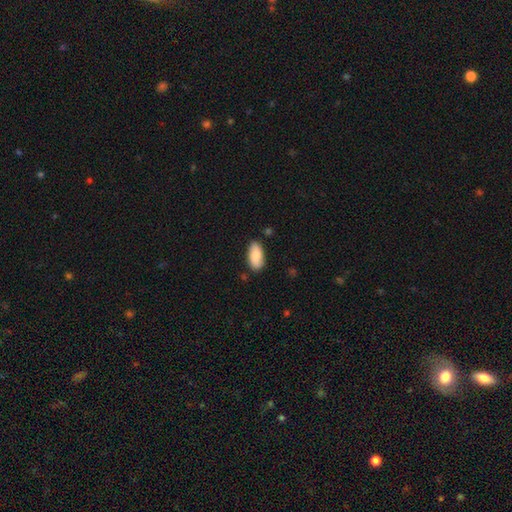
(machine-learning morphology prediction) Smooth or featured? Predicted: smooth (p=0.77). How rounded? Predicted: in between (p=0.93). Merging? Predicted: none (p=0.82).